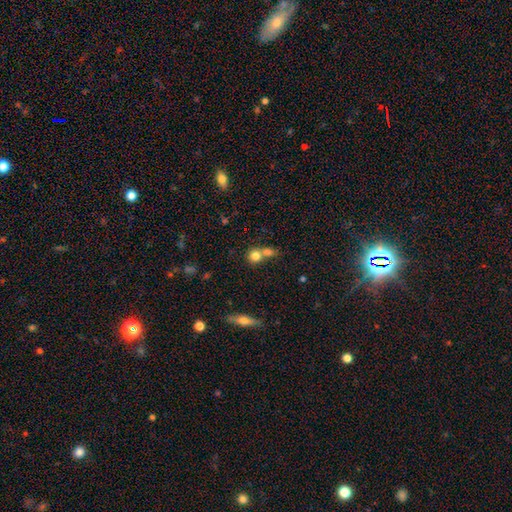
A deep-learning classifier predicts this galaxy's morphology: Q: Smooth or featured?
A: smooth (78%); runner-up: featured or disk (11%)
Q: How rounded?
A: round (83%); runner-up: in between (15%)
Q: Merging?
A: merger (51%); runner-up: none (40%)